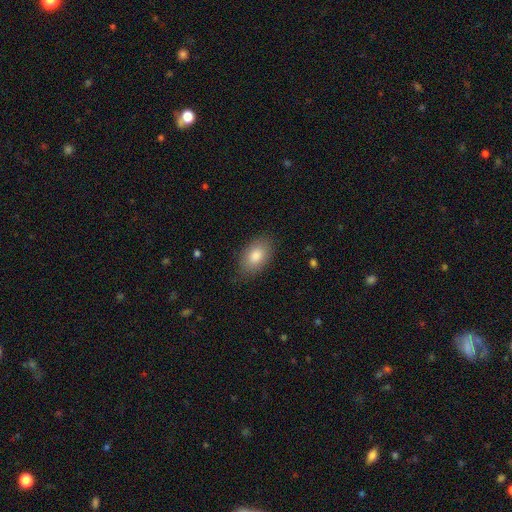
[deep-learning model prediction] Smooth or featured? Predicted: smooth (p=0.83). How rounded? Predicted: in between (p=0.91). Merging? Predicted: none (p=0.83).